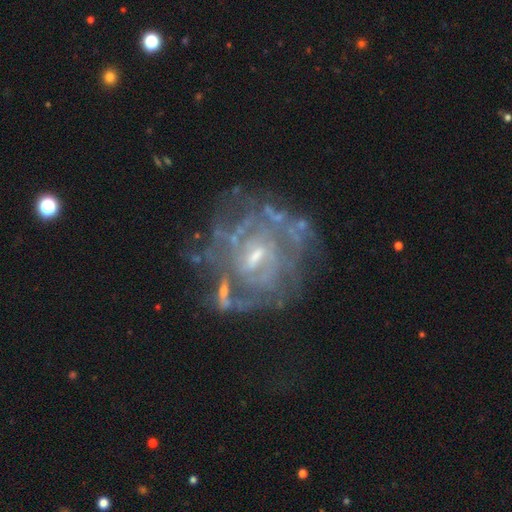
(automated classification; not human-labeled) A featured or disk galaxy (83%) with a weak bar (50%), tight (61%) spiral arms (78%) and a small central bulge (57%). Merging: none (58%).